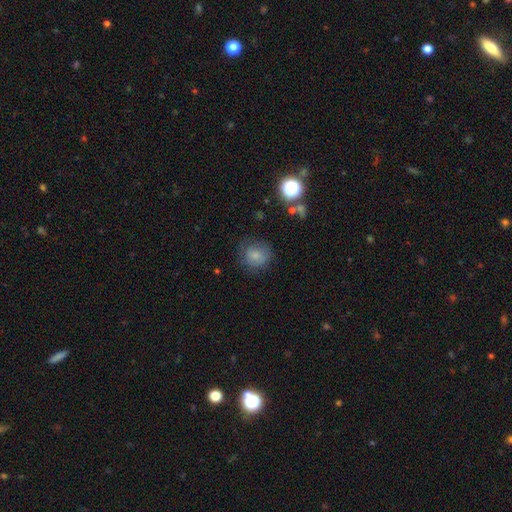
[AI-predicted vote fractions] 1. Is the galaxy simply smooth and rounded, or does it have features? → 77% smooth, 12% featured or disk, 11% star or artifact.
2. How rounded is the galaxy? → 82% round, 17% in between, 1% cigar-shaped.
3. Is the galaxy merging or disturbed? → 73% none, 18% minor disturbance, 7% major disturbance, 2% merger.